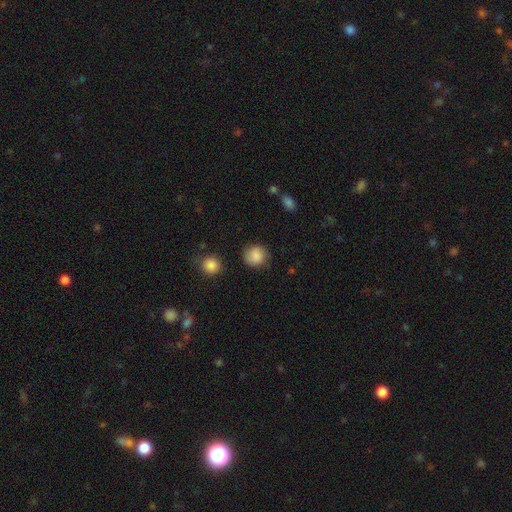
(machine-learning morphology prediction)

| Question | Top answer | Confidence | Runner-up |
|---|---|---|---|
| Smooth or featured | smooth | 81% | featured or disk (10%) |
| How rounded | round | 85% | in between (14%) |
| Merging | none | 78% | minor disturbance (15%) |